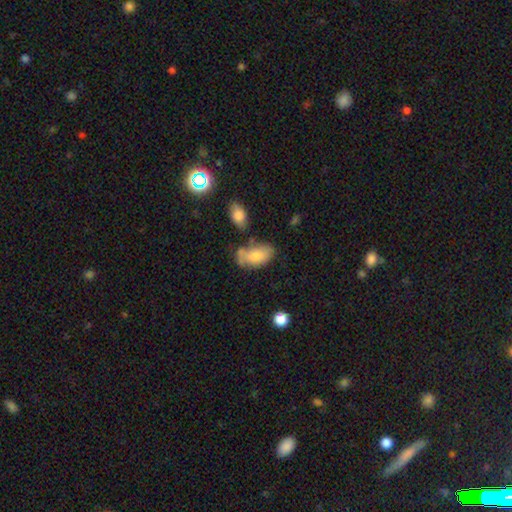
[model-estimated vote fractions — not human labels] A smooth galaxy with no disk features (71%) that is in between round and cigar-shaped (93%).

Vote fractions:
- Smooth or featured? smooth: 71% / featured or disk: 20% / star or artifact: 9%
- How rounded? in between: 93% / round: 5% / cigar-shaped: 3%
- Merging? none: 51% / minor disturbance: 27% / merger: 13% / major disturbance: 8%